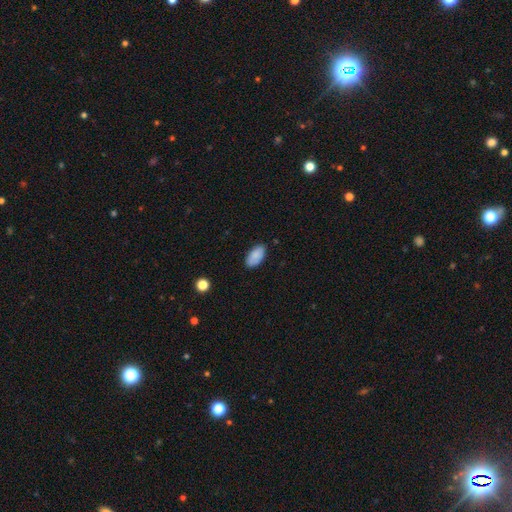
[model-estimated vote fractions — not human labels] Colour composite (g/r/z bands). It shows a smooth galaxy with no disk features (86%) that is in between round and cigar-shaped (95%). Merging: none (83%).